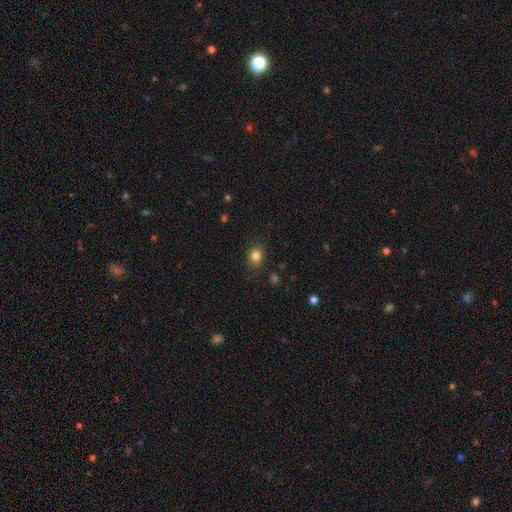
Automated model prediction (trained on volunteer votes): smooth_or_featured: smooth (p=0.82) [alt: star or artifact p=0.12]
how_rounded: round (p=0.58) [alt: in between p=0.41]
merging: none (p=0.84) [alt: minor disturbance p=0.11]